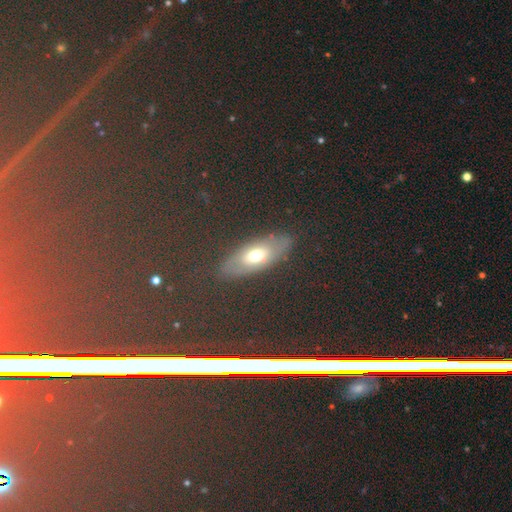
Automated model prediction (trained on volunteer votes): Overall: smooth (48%; star or artifact 26%). Merging: none (83%).